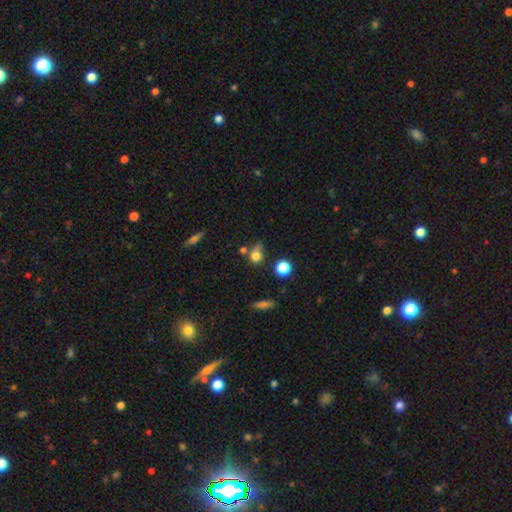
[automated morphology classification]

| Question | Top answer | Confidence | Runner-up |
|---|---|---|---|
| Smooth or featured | smooth | 75% | star or artifact (14%) |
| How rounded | round | 67% | in between (30%) |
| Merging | none | 45% | minor disturbance (26%) |